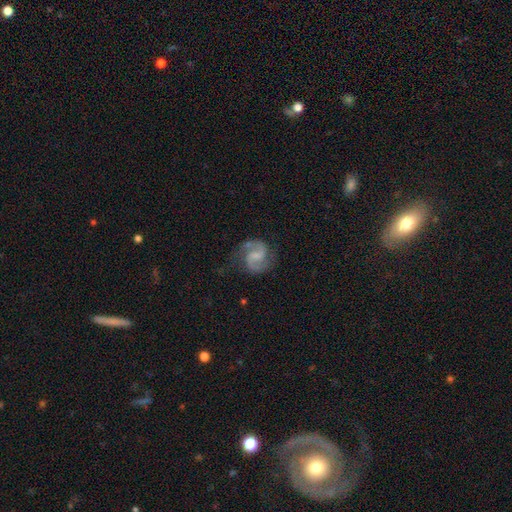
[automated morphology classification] featured or disk 88%, smooth 7%, star or artifact 5%. Down the decision tree: edge-on disk — no (98%); bar — weak (53%); spiral arms — yes (98%); spiral arm count — 2 (93%); spiral winding — medium (61%); bulge size — none (42%); merging — none (76%).